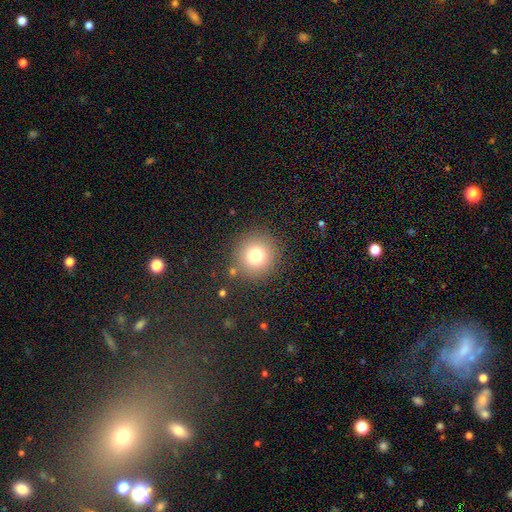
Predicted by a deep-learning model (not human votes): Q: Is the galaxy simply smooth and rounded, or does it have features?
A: smooth — 77%.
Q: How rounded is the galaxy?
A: round — 94%.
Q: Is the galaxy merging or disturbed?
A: none — 86%.